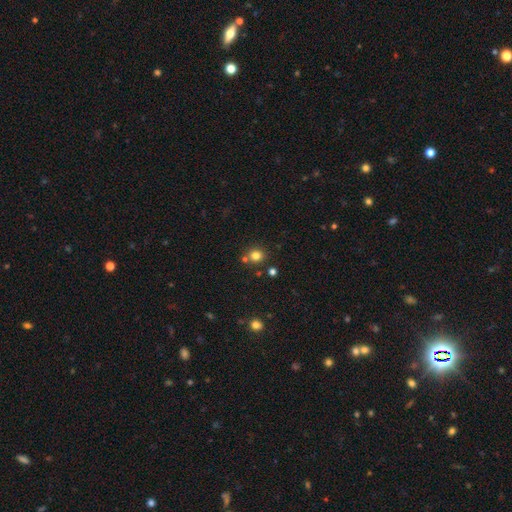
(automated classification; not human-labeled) Morphology: type=smooth (79%); roundness=round (86%); merging=none (76%).